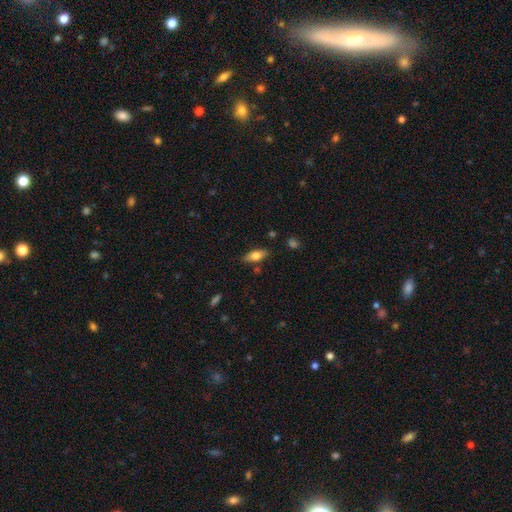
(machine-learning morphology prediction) Smooth or featured: smooth — 68% (featured or disk — 25%)
How rounded: in between — 75% (cigar-shaped — 22%)
Merging: none — 80% (minor disturbance — 13%)